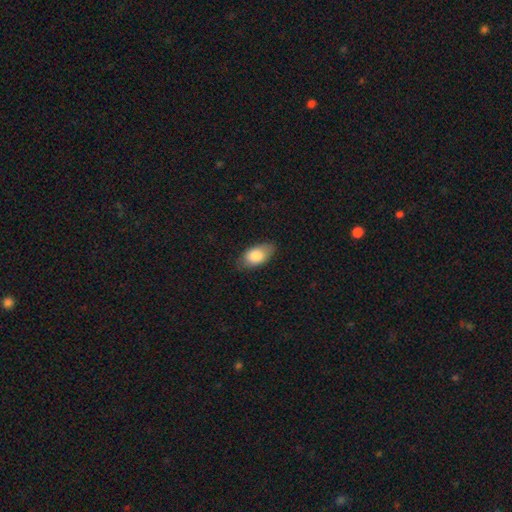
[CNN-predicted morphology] Overall: smooth (82%). How rounded: in between (92%). Merging: none (80%).